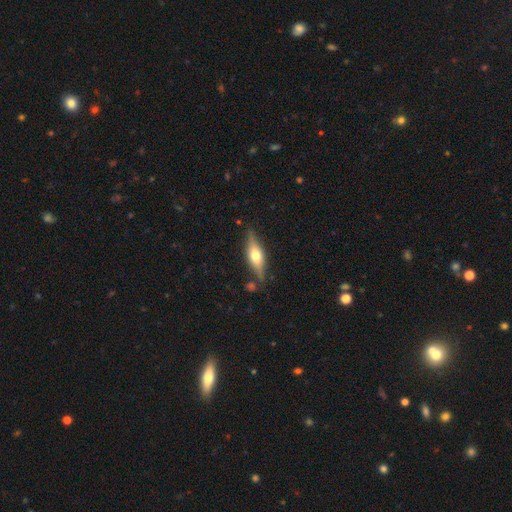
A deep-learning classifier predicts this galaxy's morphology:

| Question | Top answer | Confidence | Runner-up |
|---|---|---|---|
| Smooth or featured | featured or disk | 58% | smooth (36%) |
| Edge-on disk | yes | 91% | no (9%) |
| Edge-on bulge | rounded | 92% | boxy (6%) |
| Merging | none | 81% | minor disturbance (13%) |